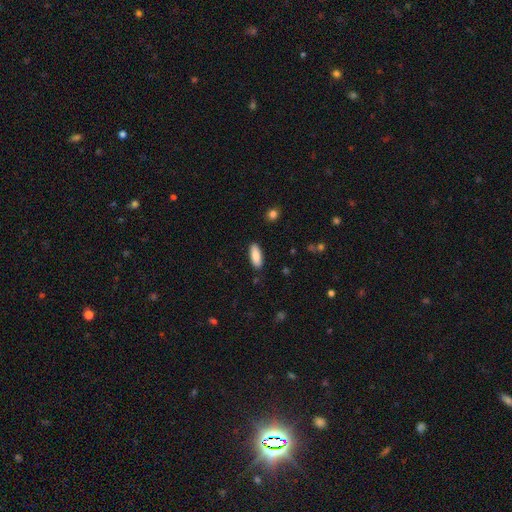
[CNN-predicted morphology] Smooth or featured: smooth — 88% (featured or disk — 6%)
How rounded: in between — 70% (cigar-shaped — 28%)
Merging: none — 88% (minor disturbance — 9%)